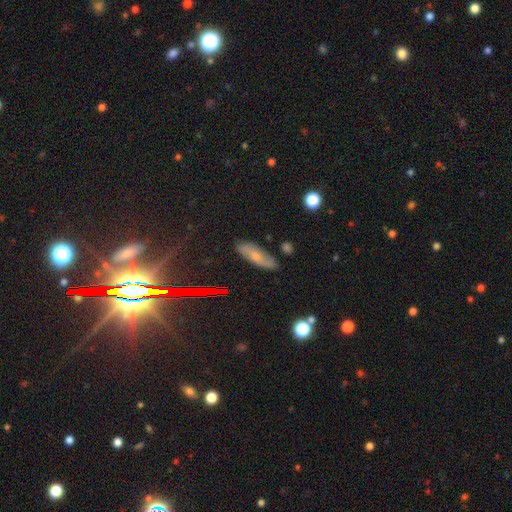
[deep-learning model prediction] The model was most divided on "how rounded": in between: 57%, cigar-shaped: 40%, round: 3%. More confident: merging — none (77%); smooth or featured — smooth (55%).